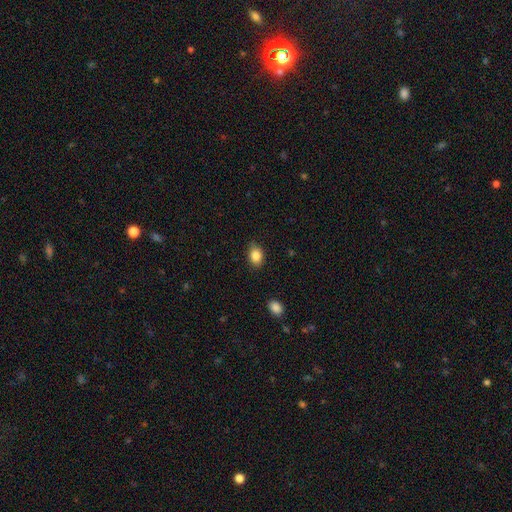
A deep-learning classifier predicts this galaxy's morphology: smooth 85%, star or artifact 9%, featured or disk 6%. Down the decision tree: how rounded — in between (70%); merging — none (81%).